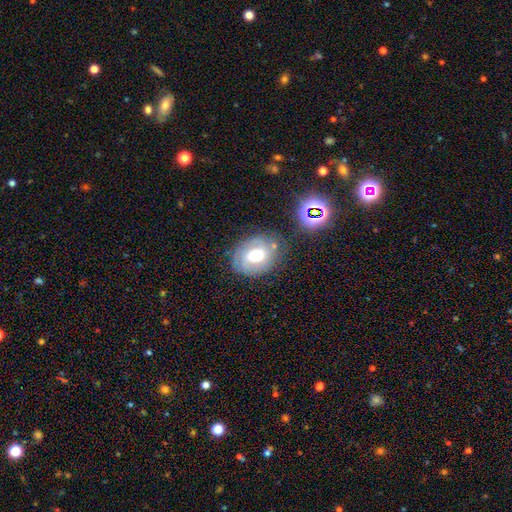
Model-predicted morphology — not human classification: A smooth galaxy with no disk features (45%). Merging: none (68%).